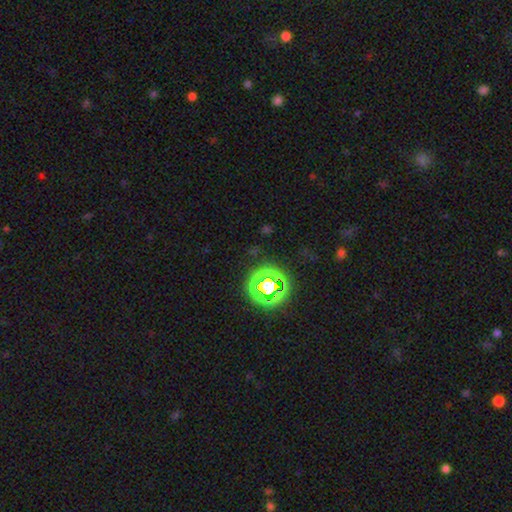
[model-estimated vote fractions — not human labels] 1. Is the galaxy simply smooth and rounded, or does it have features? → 71% star or artifact, 20% smooth, 9% featured or disk.